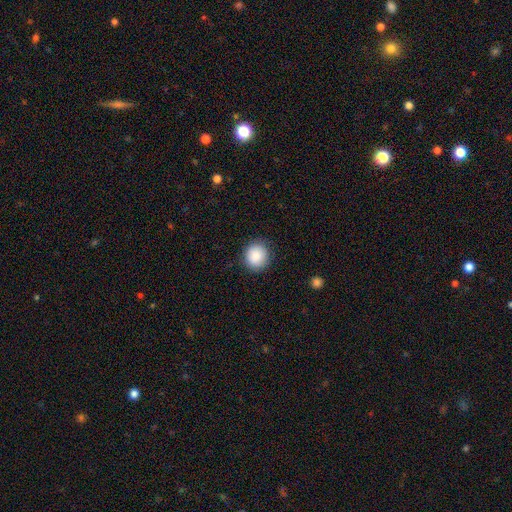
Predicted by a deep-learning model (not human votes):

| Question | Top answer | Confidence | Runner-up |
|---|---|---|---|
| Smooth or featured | smooth | 88% | star or artifact (8%) |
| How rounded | round | 89% | in between (10%) |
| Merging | none | 87% | minor disturbance (9%) |